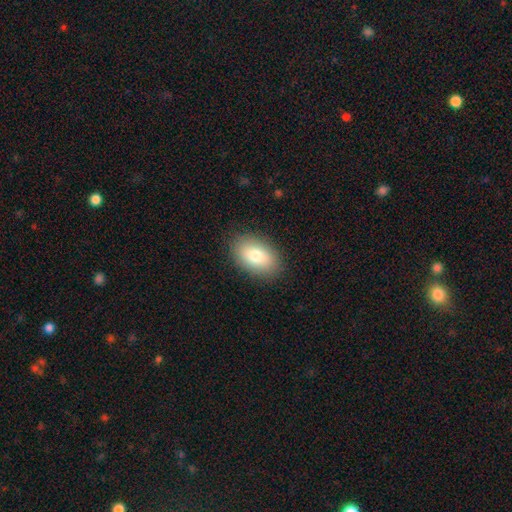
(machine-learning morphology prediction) Smooth or featured: smooth — 79% (featured or disk — 13%)
How rounded: in between — 90% (round — 8%)
Merging: none — 87% (minor disturbance — 9%)